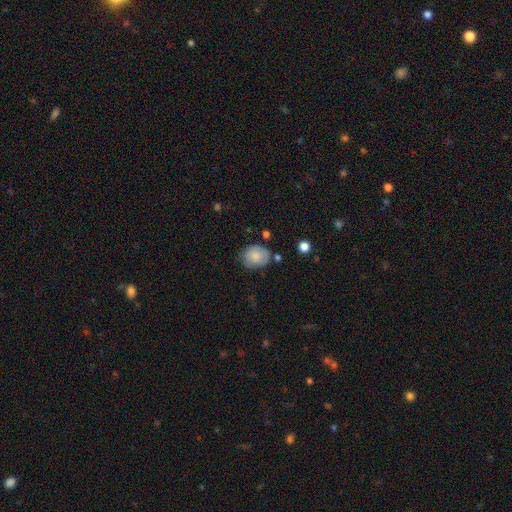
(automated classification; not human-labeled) A smooth galaxy with no disk features (78%) that is in between round and cigar-shaped (50%). Merging: none (65%).